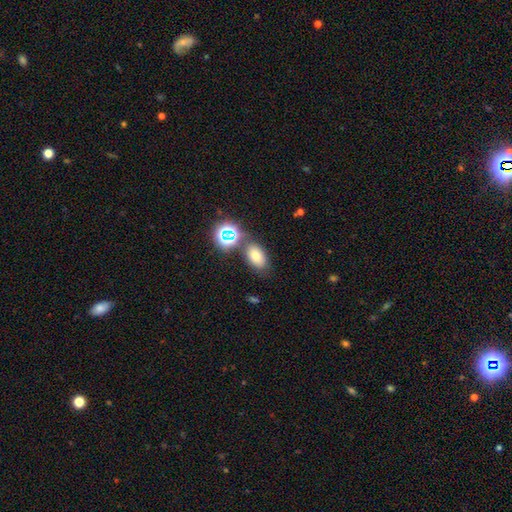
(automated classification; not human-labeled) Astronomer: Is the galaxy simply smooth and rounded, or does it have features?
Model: smooth — 68%.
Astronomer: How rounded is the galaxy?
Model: in between — 85%.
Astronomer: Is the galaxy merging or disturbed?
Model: none — 72%.